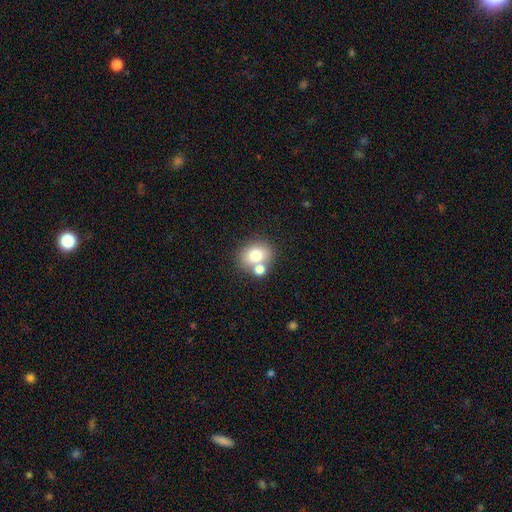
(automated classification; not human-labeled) This appears to be a smooth galaxy with no disk features (75%) that is round (57%). Merging: none (53%).